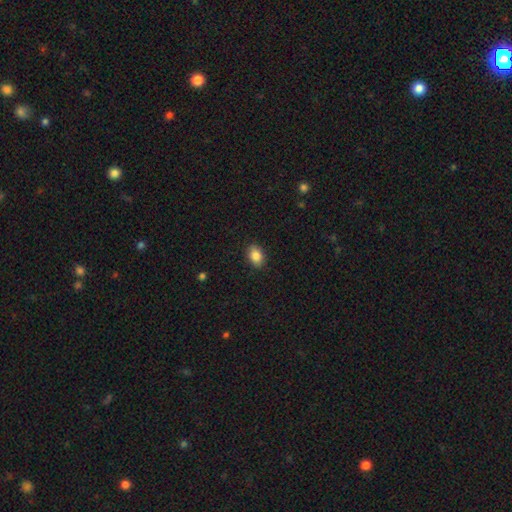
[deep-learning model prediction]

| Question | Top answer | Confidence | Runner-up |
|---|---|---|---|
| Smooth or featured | smooth | 86% | star or artifact (8%) |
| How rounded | in between | 83% | round (16%) |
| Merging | none | 90% | minor disturbance (8%) |